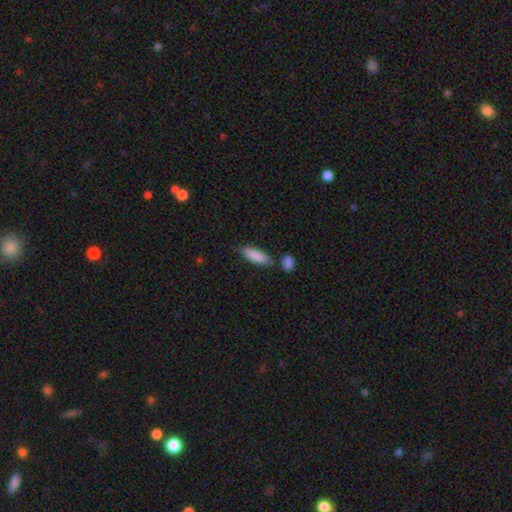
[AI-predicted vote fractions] smooth-or-featured: smooth: 86% | featured or disk: 8% | star or artifact: 6%
  how-rounded: in between: 55% | cigar-shaped: 43% | round: 2%
  merging: none: 71% | minor disturbance: 15% | merger: 10% | major disturbance: 4%